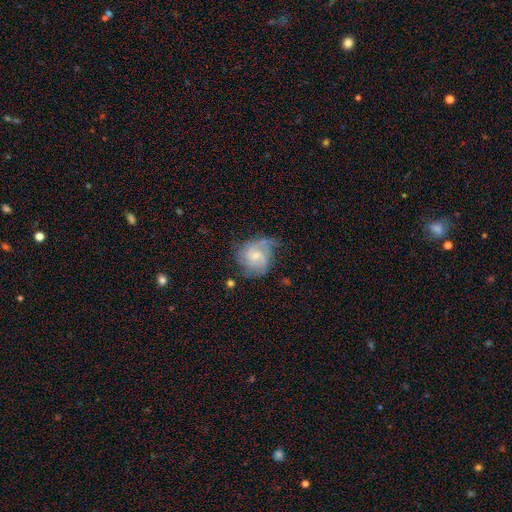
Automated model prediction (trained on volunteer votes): Smooth or featured?
  - featured or disk: 76% *
  - smooth: 18%
  - star or artifact: 6%
Edge-on disk?
  - no: 98% *
  - yes: 2%
Bar?
  - weak: 47% *
  - no: 46%
  - strong: 6%
Spiral arms?
  - yes: 93% *
  - no: 7%
Spiral winding?
  - medium: 46% *
  - tight: 36%
  - loose: 19%
Spiral arm count?
  - 2: 47% *
  - can't tell: 22%
  - 3: 17%
  - 1: 7%
  - 4: 4%
  - more than 4: 3%
Bulge size?
  - small: 49% *
  - moderate: 39%
  - none: 8%
  - large: 3%
  - dominant: 1%
Merging?
  - none: 53% *
  - minor disturbance: 28%
  - major disturbance: 17%
  - merger: 3%